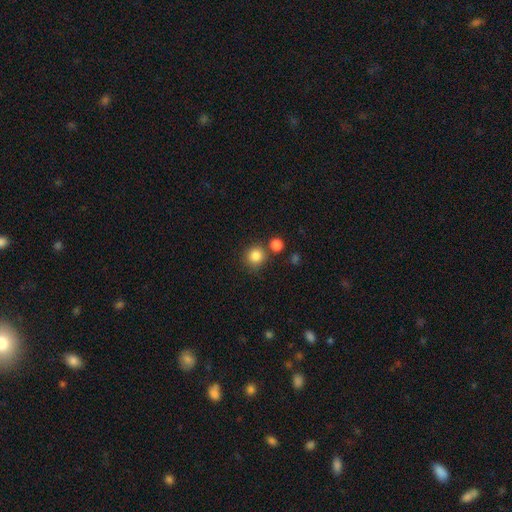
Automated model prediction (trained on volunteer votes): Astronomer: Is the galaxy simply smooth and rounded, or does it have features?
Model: smooth — 85%.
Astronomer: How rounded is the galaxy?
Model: round — 91%.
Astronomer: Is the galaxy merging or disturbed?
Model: none — 74%.